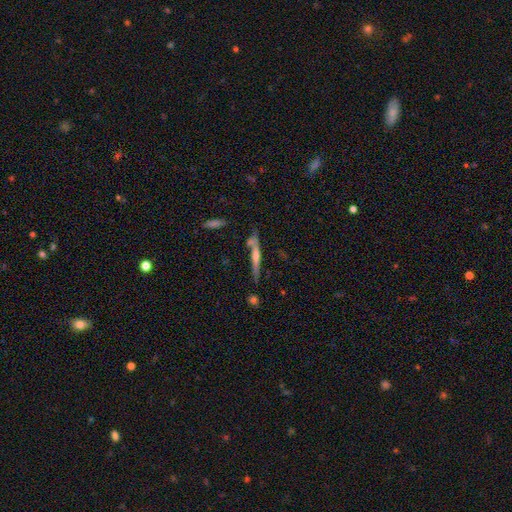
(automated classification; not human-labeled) smooth_or_featured: featured or disk (p=0.67) [alt: smooth p=0.25]
disk_edge_on: yes (p=0.96) [alt: no p=0.04]
edge_on_bulge: rounded (p=0.77) [alt: none p=0.16]
merging: none (p=0.74) [alt: minor disturbance p=0.14]